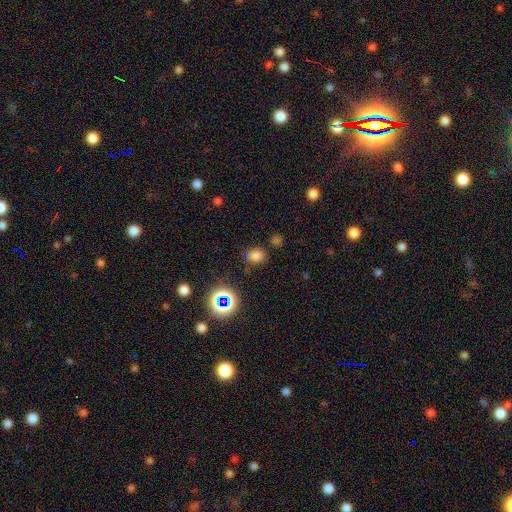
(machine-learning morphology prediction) The model was most divided on "smooth or featured": smooth: 71%, star or artifact: 23%, featured or disk: 6%. More confident: merging — none (81%); how rounded — round (79%).